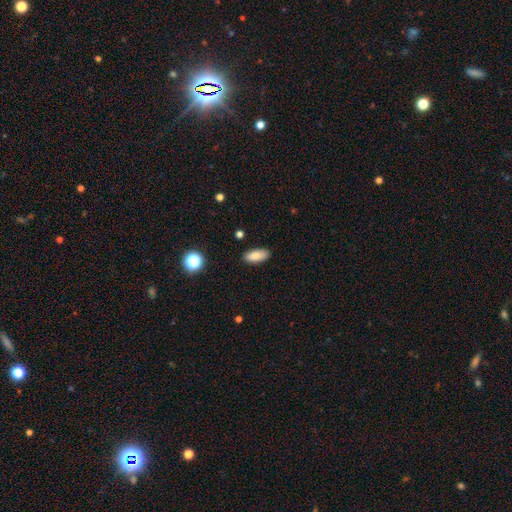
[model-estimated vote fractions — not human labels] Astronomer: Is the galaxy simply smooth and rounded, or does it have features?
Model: smooth — 84%.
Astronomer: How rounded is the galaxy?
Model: in between — 85%.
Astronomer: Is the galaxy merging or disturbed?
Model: none — 89%.